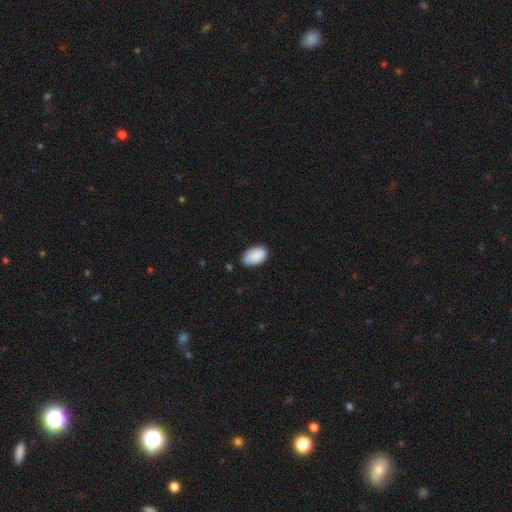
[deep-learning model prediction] Smooth or featured: smooth — 90% (star or artifact — 6%)
How rounded: in between — 95% (round — 4%)
Merging: none — 81% (minor disturbance — 15%)